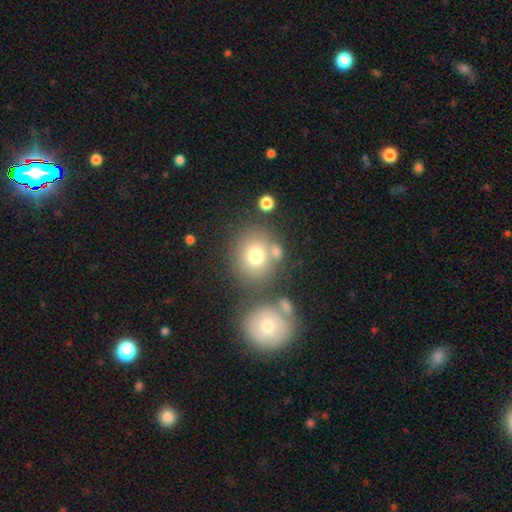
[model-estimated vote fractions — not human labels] smooth 74%, featured or disk 14%, star or artifact 12%. Down the decision tree: how rounded — round (75%); merging — none (62%).